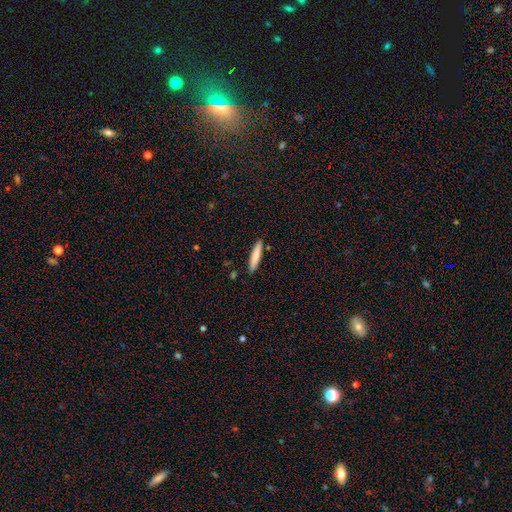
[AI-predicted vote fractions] A smooth galaxy with no disk features (79%) that is cigar-shaped (89%). Merging: none (89%).